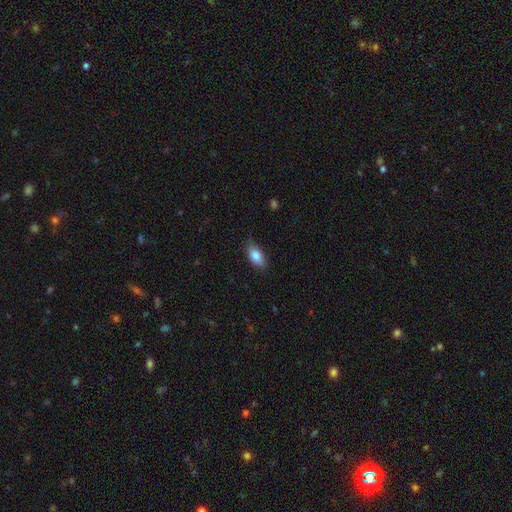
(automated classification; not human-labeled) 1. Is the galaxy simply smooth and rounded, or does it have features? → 83% smooth, 10% featured or disk, 7% star or artifact.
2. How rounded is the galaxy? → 88% in between, 8% cigar-shaped, 4% round.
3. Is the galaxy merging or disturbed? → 78% none, 18% minor disturbance, 3% major disturbance, 1% merger.